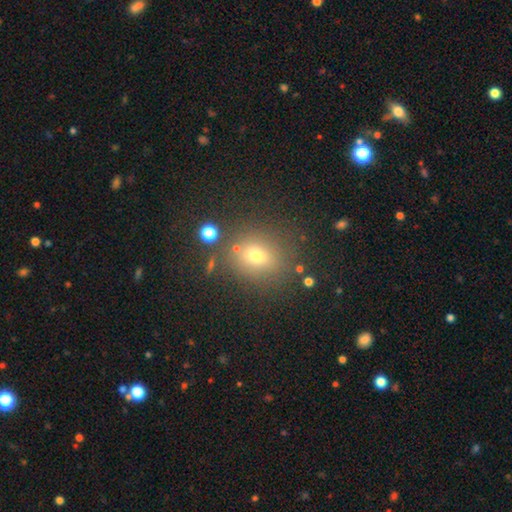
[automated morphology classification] Smooth or featured: smooth — 68% (star or artifact — 20%)
How rounded: round — 71% (in between — 28%)
Merging: none — 77% (minor disturbance — 12%)